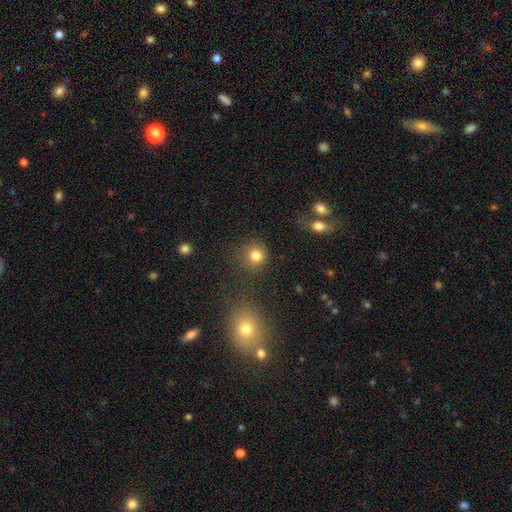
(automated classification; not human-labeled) smooth 81%, star or artifact 13%, featured or disk 6%. Down the decision tree: how rounded — round (91%); merging — none (80%).